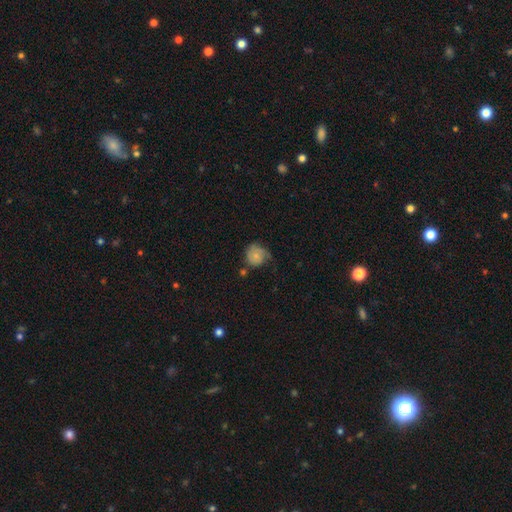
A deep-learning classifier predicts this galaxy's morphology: This is possibly a smooth galaxy (57%). How rounded: likely round (79%). Merging: possibly none (45%).